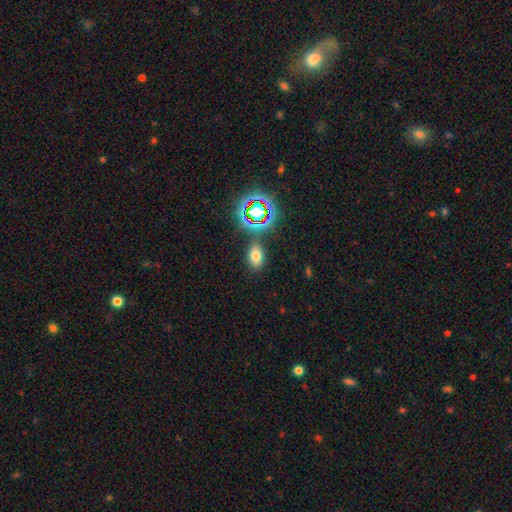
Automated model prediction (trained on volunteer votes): The model was most divided on "smooth or featured": smooth: 68%, star or artifact: 23%, featured or disk: 9%. More confident: how rounded — in between (84%); merging — none (82%).